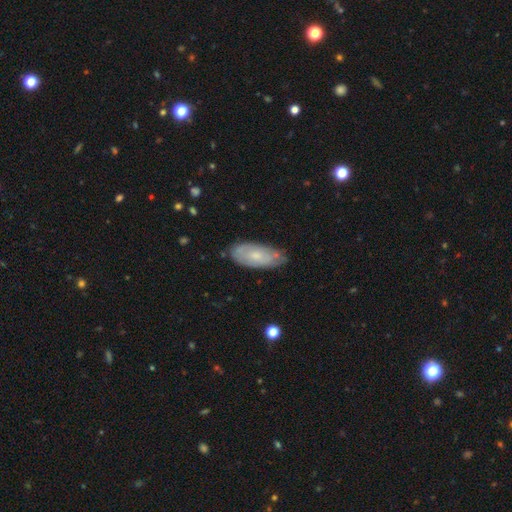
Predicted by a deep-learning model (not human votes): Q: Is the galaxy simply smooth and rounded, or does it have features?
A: smooth — 49%.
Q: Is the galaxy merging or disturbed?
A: none — 71%.